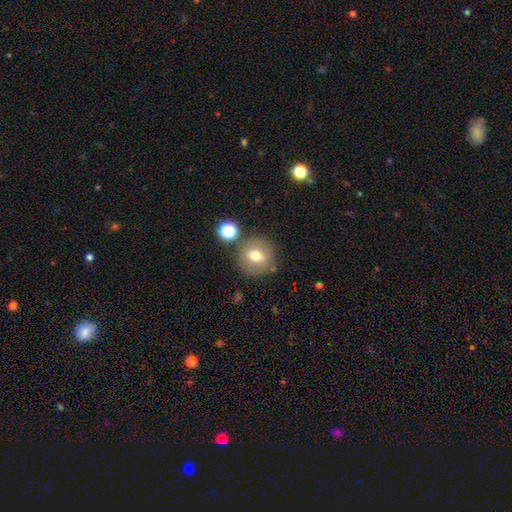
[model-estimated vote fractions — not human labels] smooth-or-featured: smooth: 69% | featured or disk: 20% | star or artifact: 11%
  how-rounded: round: 87% | in between: 12% | cigar-shaped: 1%
  merging: none: 80% | minor disturbance: 10% | merger: 7% | major disturbance: 3%